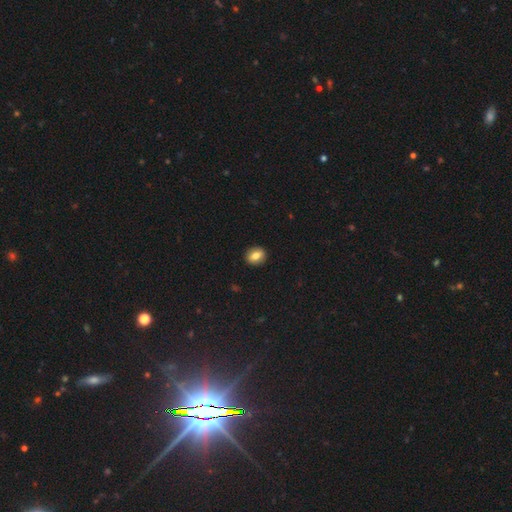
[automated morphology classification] Q: Smooth or featured?
A: smooth (80%); runner-up: featured or disk (12%)
Q: How rounded?
A: round (50%); runner-up: in between (48%)
Q: Merging?
A: none (91%); runner-up: minor disturbance (6%)